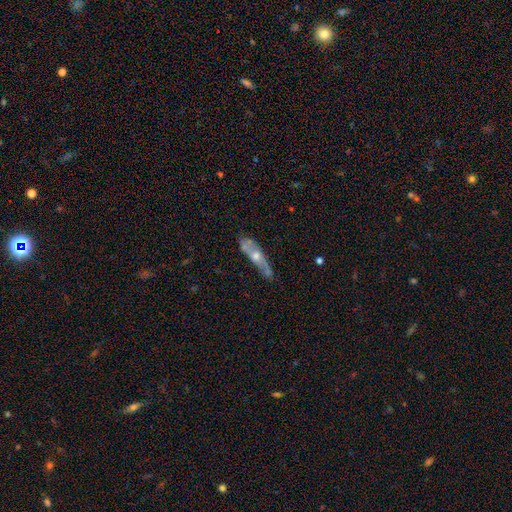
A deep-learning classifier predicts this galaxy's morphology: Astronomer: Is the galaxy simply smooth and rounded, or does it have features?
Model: featured or disk — 61%.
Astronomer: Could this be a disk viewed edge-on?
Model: yes — 52% (runner-up: no, 48%).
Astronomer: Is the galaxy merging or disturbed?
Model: none — 59%.